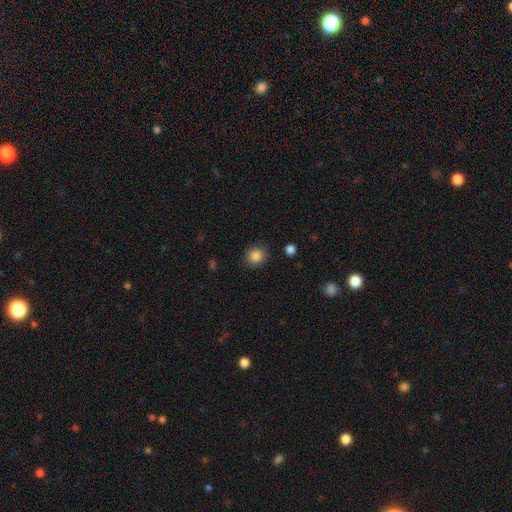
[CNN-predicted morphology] Smooth or featured: smooth — 86% (star or artifact — 10%)
How rounded: round — 84% (in between — 15%)
Merging: none — 88% (minor disturbance — 8%)